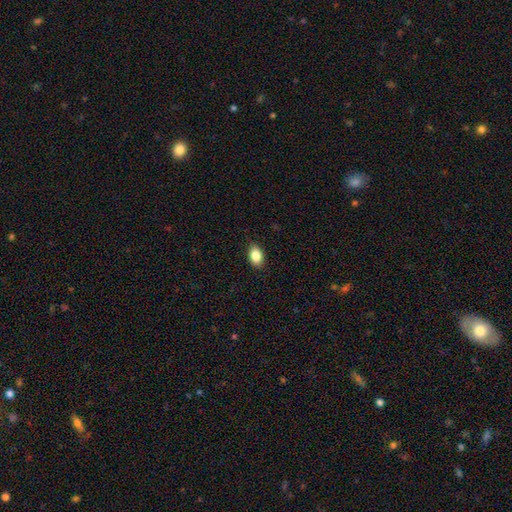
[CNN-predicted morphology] smooth-or-featured: smooth: 86% | star or artifact: 8% | featured or disk: 6%
  how-rounded: in between: 85% | round: 14% | cigar-shaped: 2%
  merging: none: 87% | minor disturbance: 10% | major disturbance: 2% | merger: 1%